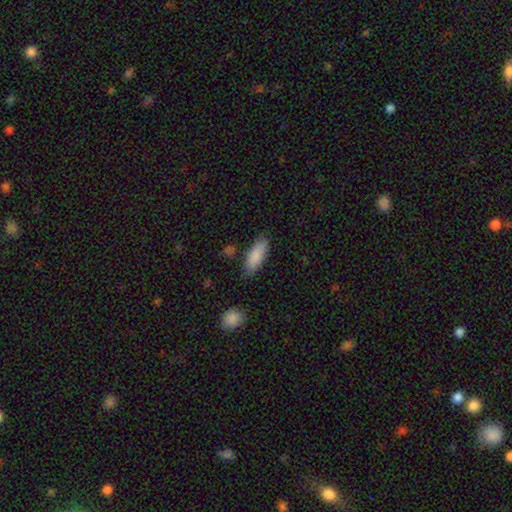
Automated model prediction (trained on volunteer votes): smooth-or-featured: smooth: 87% | featured or disk: 7% | star or artifact: 6%
  how-rounded: in between: 70% | cigar-shaped: 28% | round: 2%
  merging: none: 78% | minor disturbance: 16% | major disturbance: 3% | merger: 3%